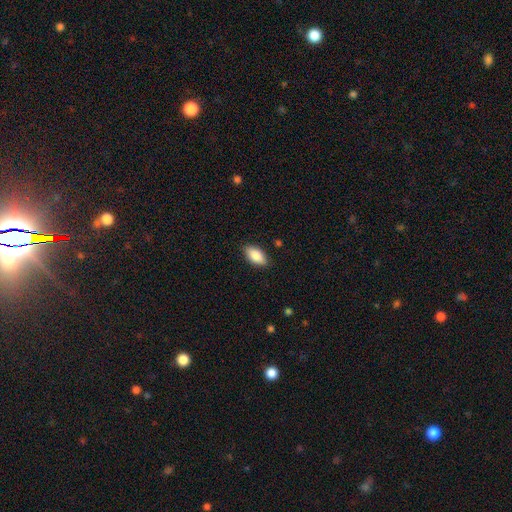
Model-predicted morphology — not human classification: type=smooth (86%); roundness=in between (92%); merging=none (86%).